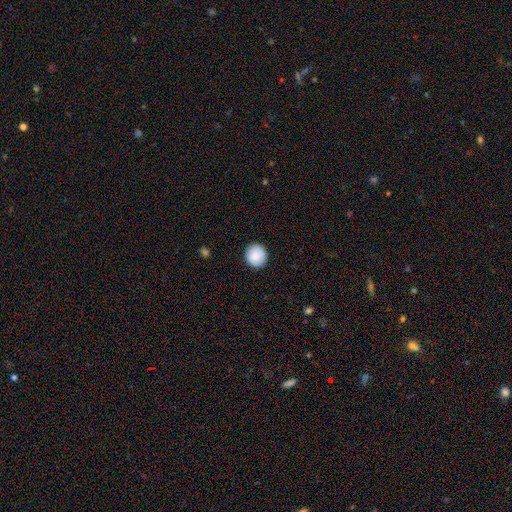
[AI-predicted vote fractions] This appears to be a smooth galaxy with no disk features (88%) that is round (90%). Merging: none (91%).